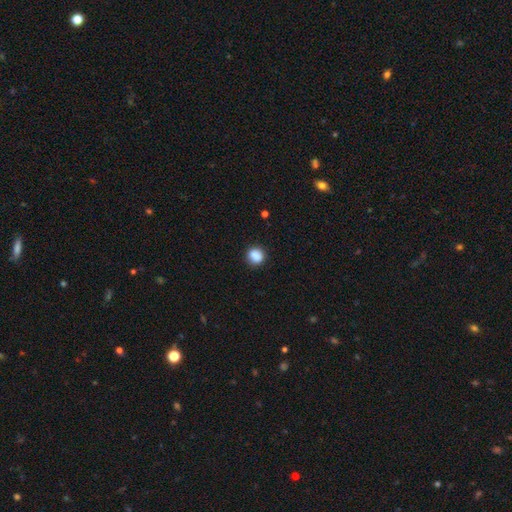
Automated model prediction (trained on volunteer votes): A smooth galaxy with no disk features (87%) that is round (83%). Merging: none (86%).